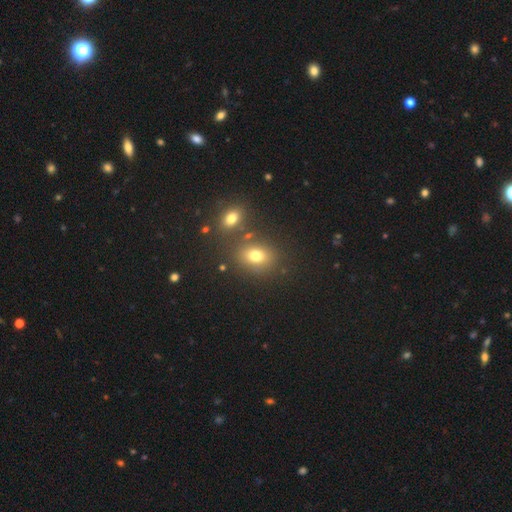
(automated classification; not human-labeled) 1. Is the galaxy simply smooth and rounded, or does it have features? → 75% smooth, 15% star or artifact, 10% featured or disk.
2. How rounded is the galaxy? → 54% in between, 45% round, 1% cigar-shaped.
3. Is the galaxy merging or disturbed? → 71% none, 14% merger, 11% minor disturbance, 4% major disturbance.